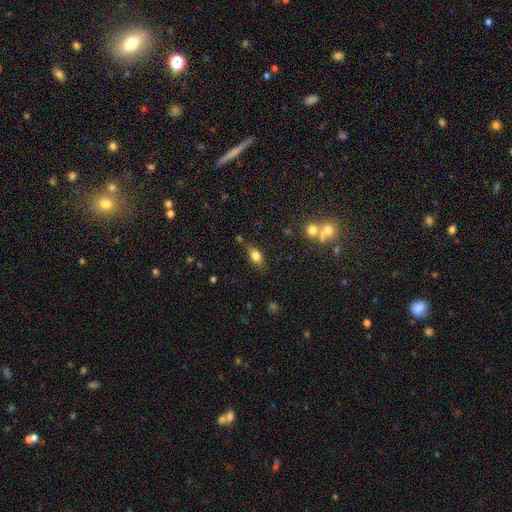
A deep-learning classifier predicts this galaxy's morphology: Q: Smooth or featured?
A: smooth (76%); runner-up: featured or disk (14%)
Q: How rounded?
A: in between (82%); runner-up: cigar-shaped (9%)
Q: Merging?
A: none (72%); runner-up: minor disturbance (18%)